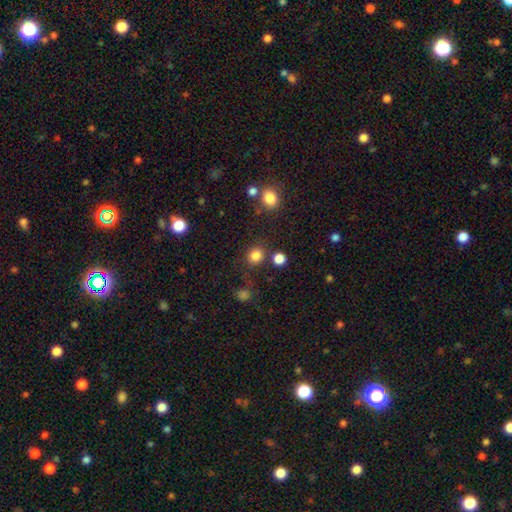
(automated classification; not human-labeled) smooth_or_featured: smooth (p=0.82) [alt: star or artifact p=0.14]
how_rounded: round (p=0.86) [alt: in between p=0.14]
merging: none (p=0.80) [alt: minor disturbance p=0.09]